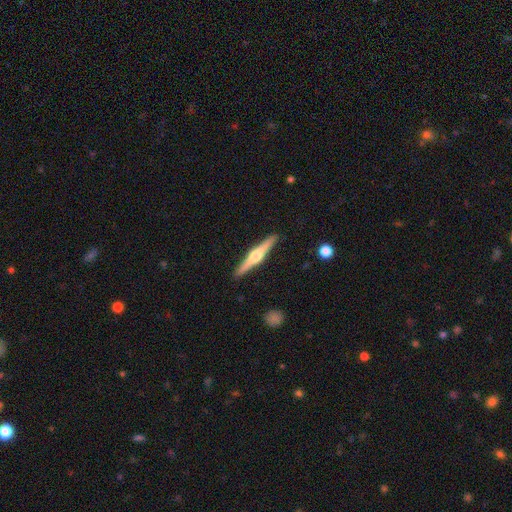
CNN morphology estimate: Smooth or featured: featured or disk — 76% (smooth — 19%)
Edge-on disk: yes — 98% (no — 2%)
Edge-on bulge: rounded — 93% (boxy — 5%)
Merging: none — 91% (minor disturbance — 6%)